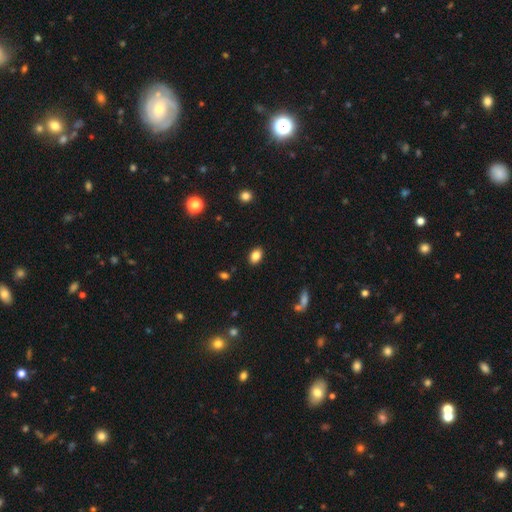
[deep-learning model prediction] The model was most divided on "how rounded": in between: 82%, round: 17%, cigar-shaped: 2%. More confident: merging — none (88%); smooth or featured — smooth (84%).